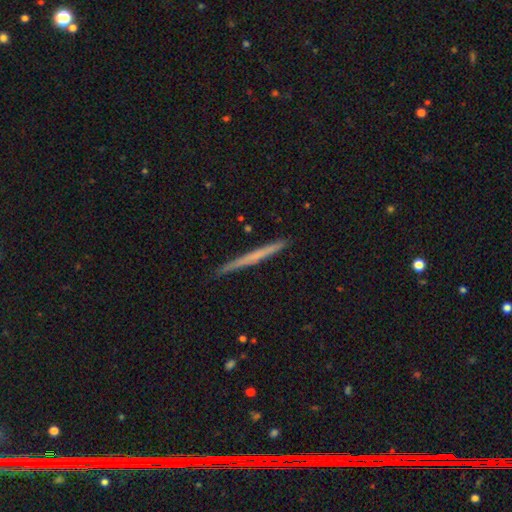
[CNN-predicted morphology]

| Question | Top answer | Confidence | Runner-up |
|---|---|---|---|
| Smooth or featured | smooth | 48% | featured or disk (46%) |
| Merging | none | 91% | minor disturbance (7%) |